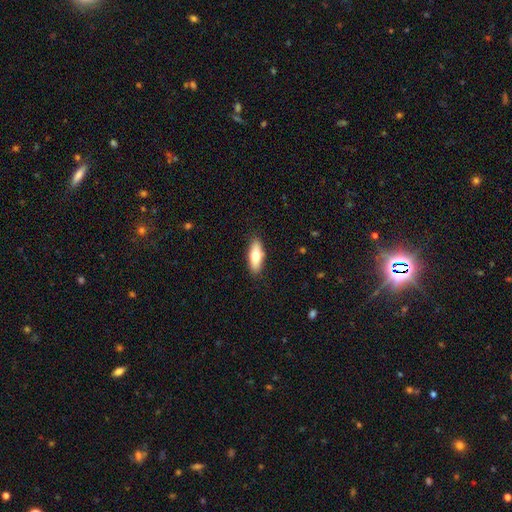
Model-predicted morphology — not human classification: This is likely a smooth galaxy (72%). How rounded: likely in between (67%). Merging: clearly none (88%).